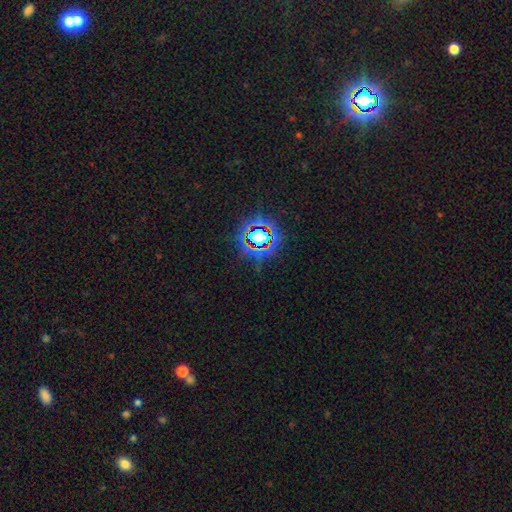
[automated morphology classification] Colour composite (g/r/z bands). It shows a star or artifact, not a galaxy (81%).